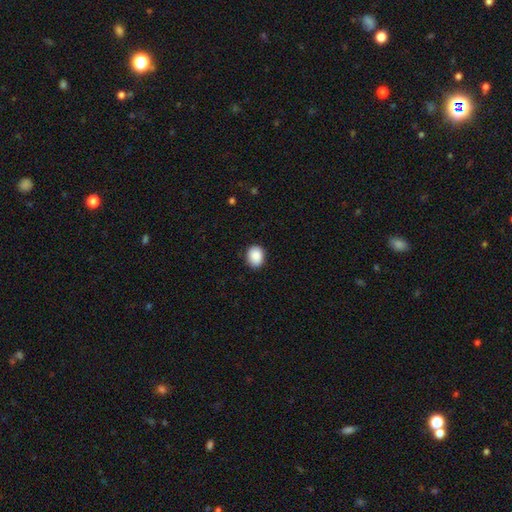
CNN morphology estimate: Smooth or featured: smooth — 89% (star or artifact — 8%)
How rounded: in between — 51% (round — 48%)
Merging: none — 86% (minor disturbance — 11%)